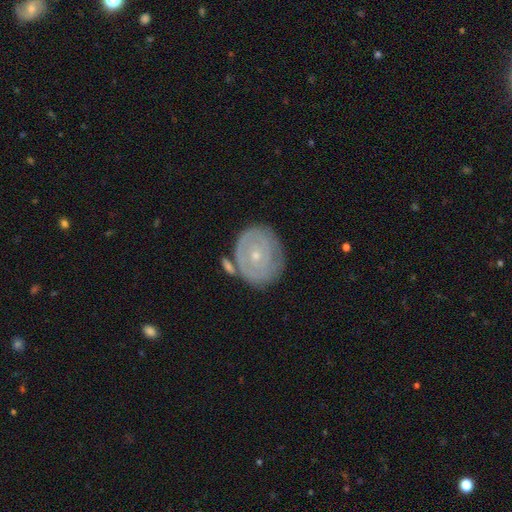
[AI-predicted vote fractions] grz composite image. It shows a featured or disk galaxy (67%) with no bar (83%), spiral arms (71%) and a small central bulge (74%). Merging: none (73%).